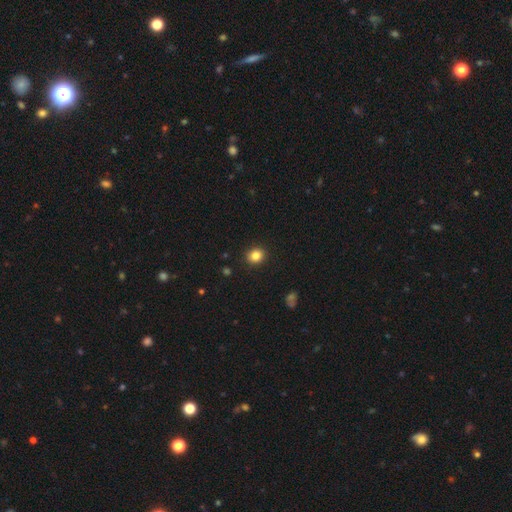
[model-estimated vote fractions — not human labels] Smooth or featured: smooth — 84% (star or artifact — 11%)
How rounded: round — 75% (in between — 25%)
Merging: none — 91% (minor disturbance — 6%)